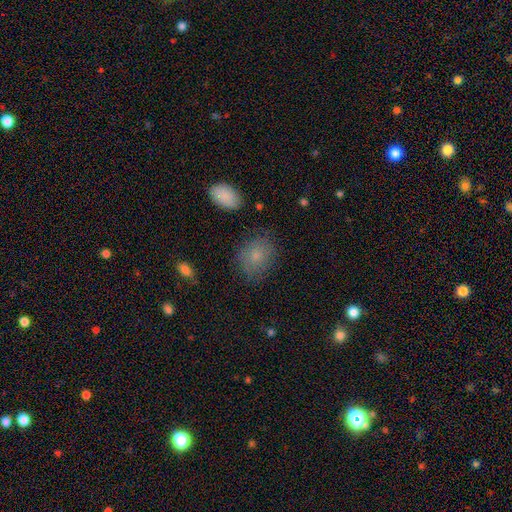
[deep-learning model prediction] This appears to be a smooth galaxy with no disk features (75%) that is in between round and cigar-shaped (50%). Merging: none (70%).